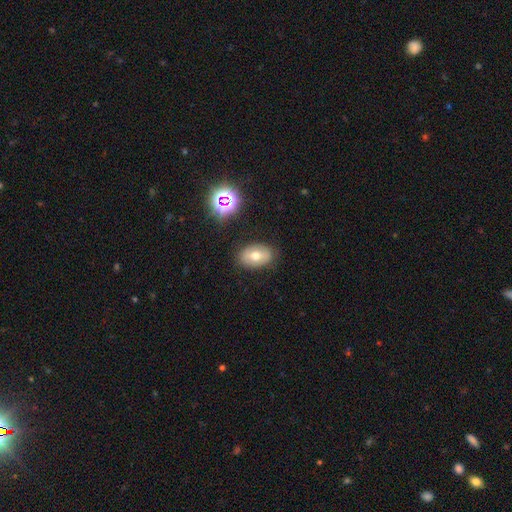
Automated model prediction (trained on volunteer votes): Overall: smooth (60%; featured or disk 27%). How rounded: in between (83%). Merging: none (84%).